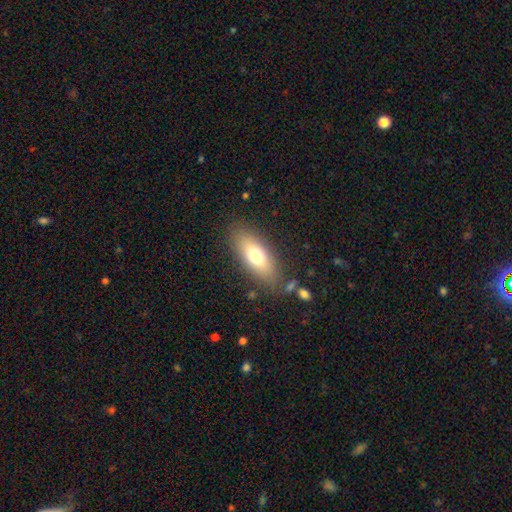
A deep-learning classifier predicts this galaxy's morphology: Q: Smooth or featured?
A: smooth (68%); runner-up: featured or disk (23%)
Q: How rounded?
A: in between (72%); runner-up: cigar-shaped (24%)
Q: Merging?
A: none (82%); runner-up: minor disturbance (12%)